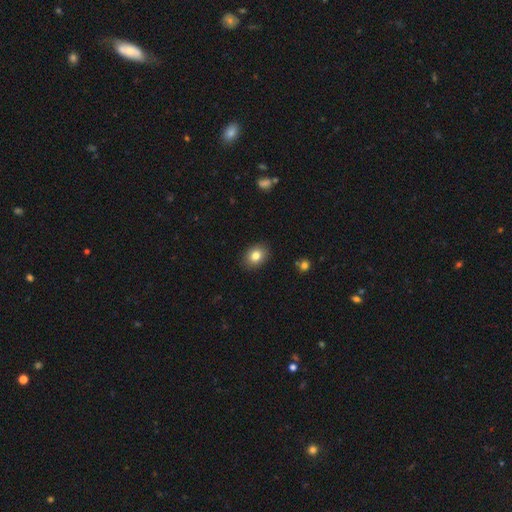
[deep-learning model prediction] This is clearly a smooth galaxy (82%). How rounded: likely in between (61%). Merging: clearly none (89%).